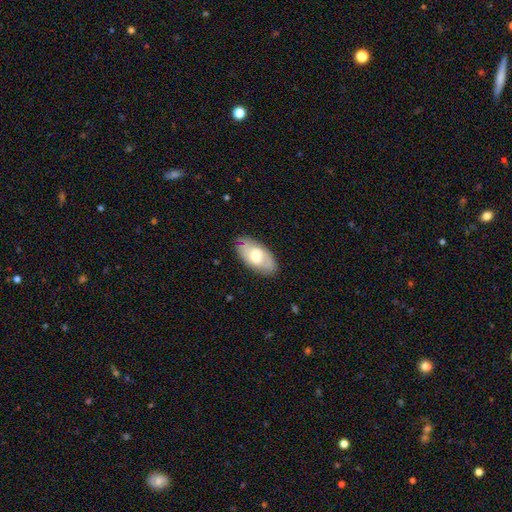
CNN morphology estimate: type=smooth (52%); roundness=in between (93%); merging=none (79%).